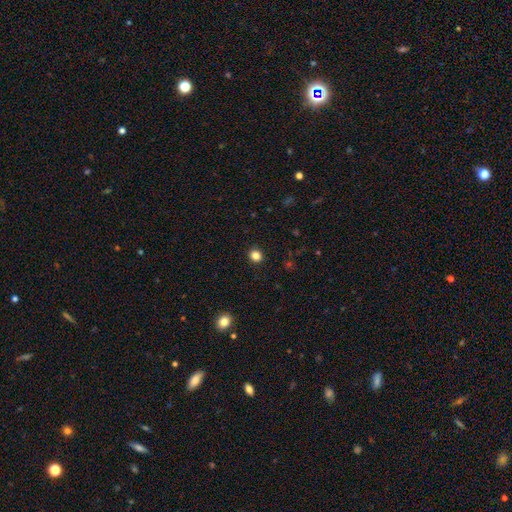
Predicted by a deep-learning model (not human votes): A smooth galaxy with no disk features (84%) that is round (76%). Merging: none (91%).